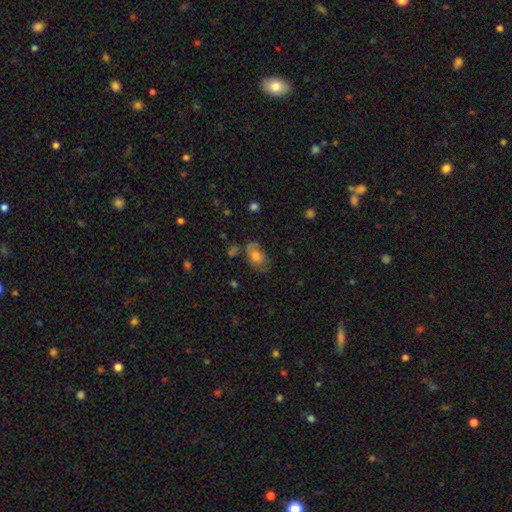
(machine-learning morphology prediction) This is likely a smooth galaxy (70%). How rounded: clearly in between (87%). Merging: possibly none (54%).